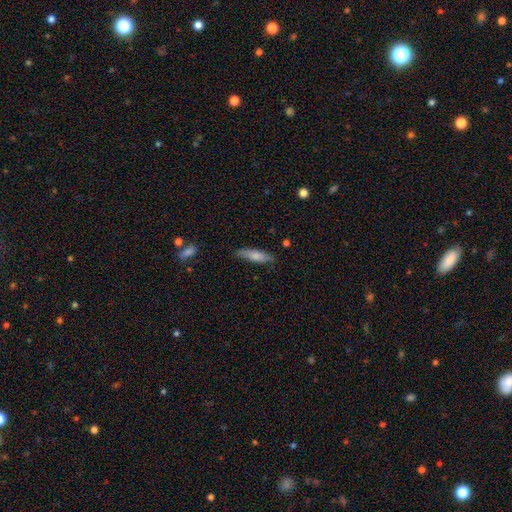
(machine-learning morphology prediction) smooth 75%, featured or disk 19%, star or artifact 6%. Down the decision tree: how rounded — cigar-shaped (66%); merging — none (79%).